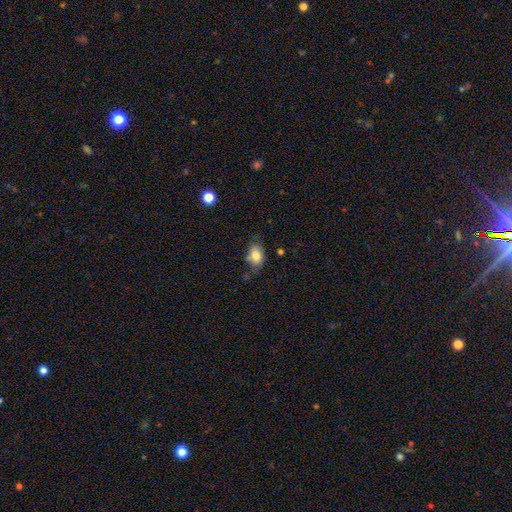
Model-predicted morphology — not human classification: Smooth or featured: smooth — 80% (featured or disk — 11%)
How rounded: in between — 81% (round — 17%)
Merging: none — 67% (minor disturbance — 24%)